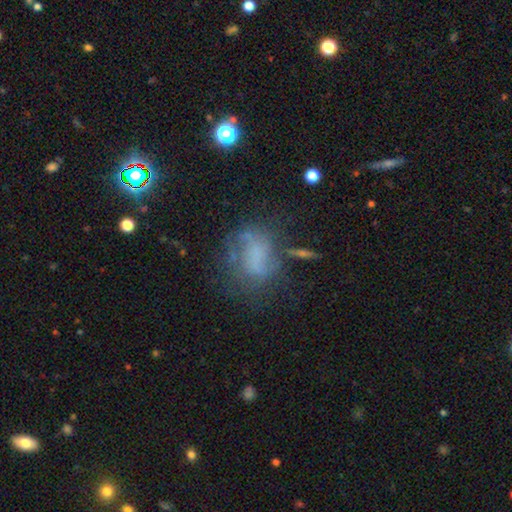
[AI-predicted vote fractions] Smooth or featured: smooth — 42% (featured or disk — 38%)
Merging: none — 47% (minor disturbance — 23%)